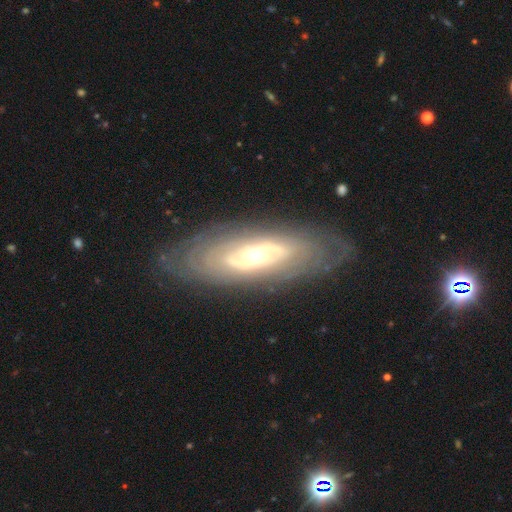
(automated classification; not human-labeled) A featured or disk galaxy (78%) with no bar (66%), spiral arms (62%) and a moderate central bulge (65%).

Vote fractions:
- Smooth or featured? featured or disk: 78% / smooth: 17% / star or artifact: 6%
- Edge-on disk? no: 82% / yes: 18%
- Bar? no: 66% / weak: 22% / strong: 13%
- Spiral arms? yes: 62% / no: 38%
- Bulge size? moderate: 65% / small: 23% / large: 10% / dominant: 1% / none: 1%
- Merging? none: 81% / minor disturbance: 12% / major disturbance: 5% / merger: 1%